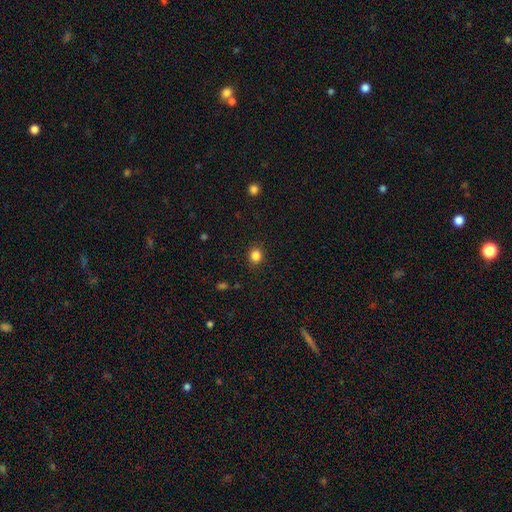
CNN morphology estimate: Smooth or featured: smooth — 84% (star or artifact — 12%)
How rounded: round — 78% (in between — 21%)
Merging: none — 89% (minor disturbance — 7%)